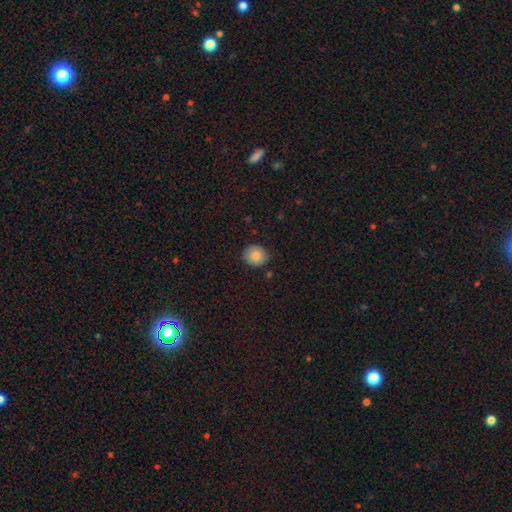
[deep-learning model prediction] Q: Smooth or featured?
A: smooth (85%); runner-up: star or artifact (8%)
Q: How rounded?
A: round (84%); runner-up: in between (15%)
Q: Merging?
A: none (80%); runner-up: minor disturbance (16%)